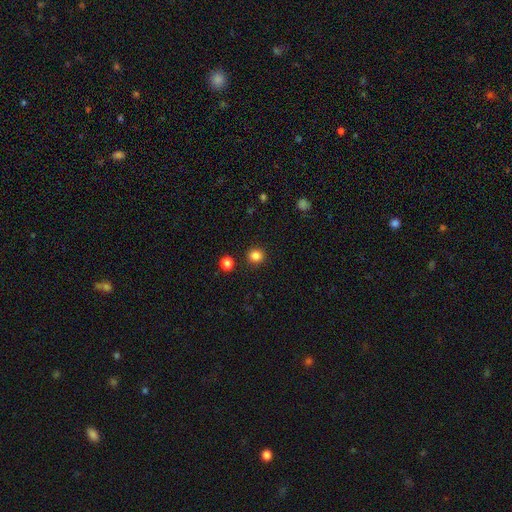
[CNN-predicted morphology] Smooth or featured? smooth (84%)
How rounded? round (91%)
Merging? none (90%)